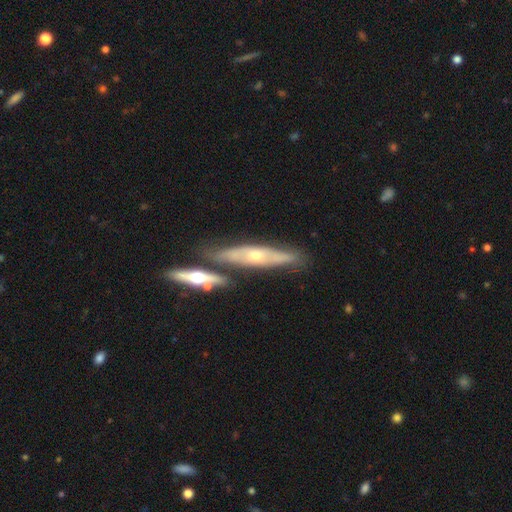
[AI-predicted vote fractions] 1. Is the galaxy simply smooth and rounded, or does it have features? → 71% featured or disk, 22% smooth, 7% star or artifact.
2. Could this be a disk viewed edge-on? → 70% yes, 30% no.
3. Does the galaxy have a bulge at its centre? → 85% rounded, 12% none, 3% boxy.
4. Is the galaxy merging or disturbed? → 64% none, 19% merger, 13% minor disturbance, 3% major disturbance.